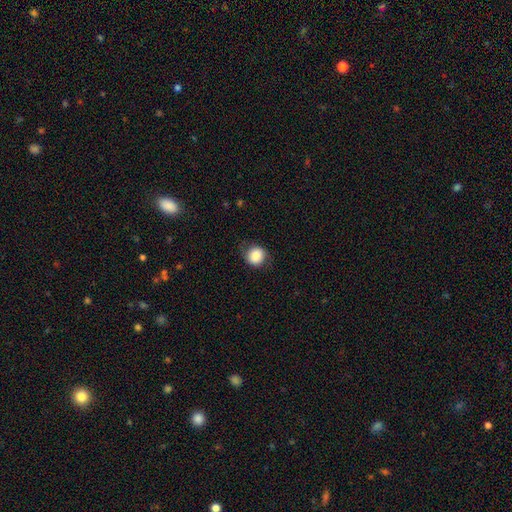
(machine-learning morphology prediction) smooth_or_featured: smooth (p=0.81) [alt: featured or disk p=0.11]
how_rounded: round (p=0.83) [alt: in between p=0.16]
merging: none (p=0.72) [alt: minor disturbance p=0.20]